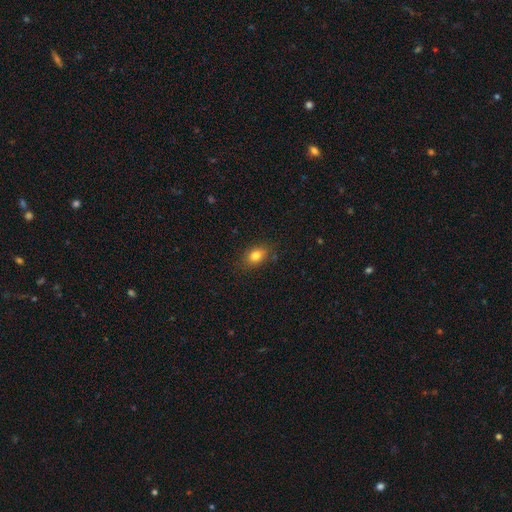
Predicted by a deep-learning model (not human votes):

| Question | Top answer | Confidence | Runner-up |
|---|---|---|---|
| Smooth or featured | smooth | 81% | star or artifact (10%) |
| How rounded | in between | 77% | round (21%) |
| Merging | none | 83% | minor disturbance (13%) |